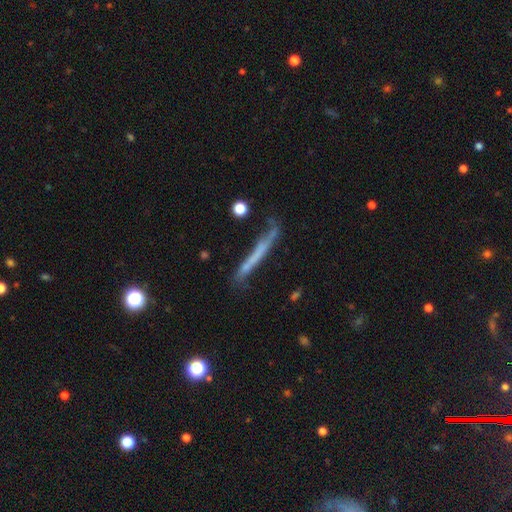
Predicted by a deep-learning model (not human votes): Overall: featured or disk (46%; smooth 44%). Merging: none (57%; minor disturbance 25%).